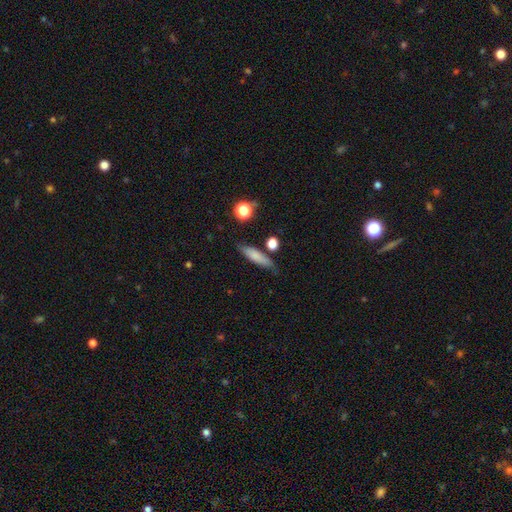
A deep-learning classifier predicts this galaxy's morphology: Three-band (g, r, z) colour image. It shows a smooth galaxy with no disk features (75%) that is cigar-shaped (70%). Merging: none (76%).